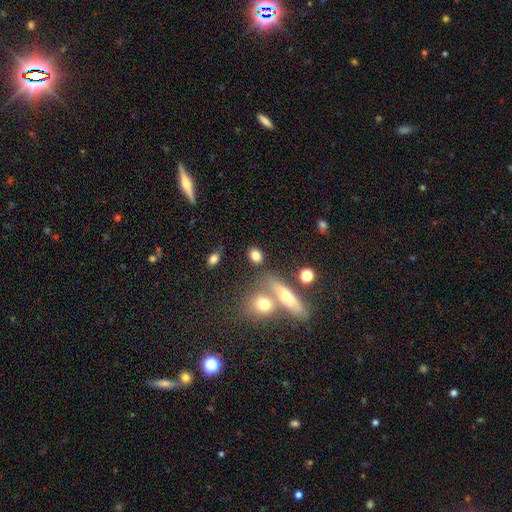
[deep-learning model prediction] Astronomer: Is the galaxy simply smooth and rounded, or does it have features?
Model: smooth — 79%.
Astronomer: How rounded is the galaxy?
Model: in between — 52% (runner-up: round, 42%).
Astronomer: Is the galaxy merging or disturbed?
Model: none — 74%.